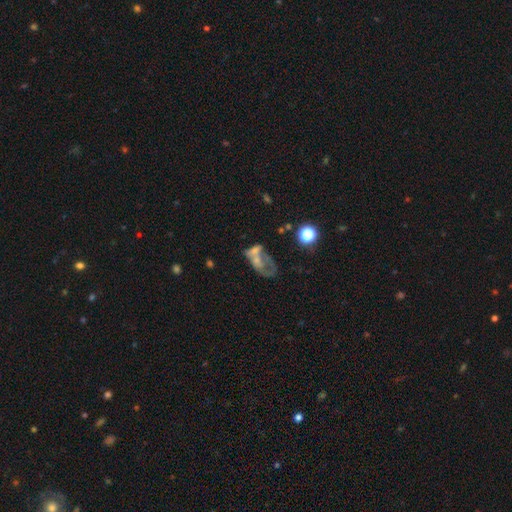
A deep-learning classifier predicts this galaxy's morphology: type=featured or disk (48%); merging=merger (36%).